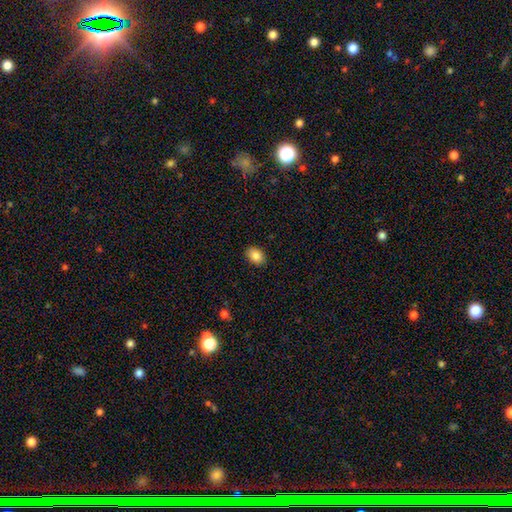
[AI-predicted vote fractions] Smooth or featured? Predicted: smooth (p=0.87). How rounded? Predicted: in between (p=0.76). Merging? Predicted: none (p=0.88).